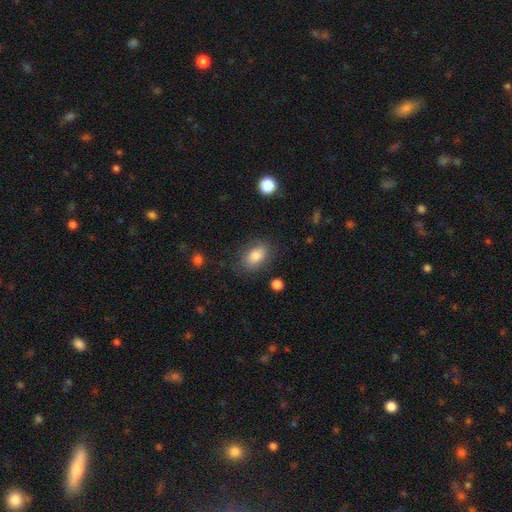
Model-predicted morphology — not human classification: A smooth galaxy with no disk features (80%) that is in between round and cigar-shaped (87%). Merging: none (79%).